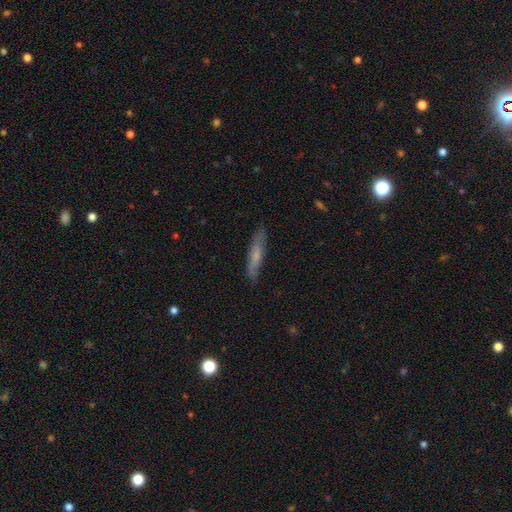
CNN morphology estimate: A smooth galaxy with no disk features (59%) that is cigar-shaped (85%). Merging: none (82%).